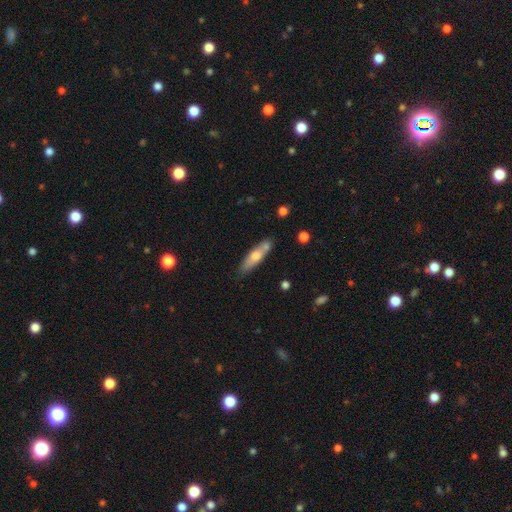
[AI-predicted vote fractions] Smooth or featured?
  - smooth: 61% *
  - featured or disk: 33%
  - star or artifact: 6%
How rounded?
  - cigar-shaped: 67% *
  - in between: 31%
  - round: 2%
Merging?
  - none: 68% *
  - minor disturbance: 15%
  - merger: 13%
  - major disturbance: 3%